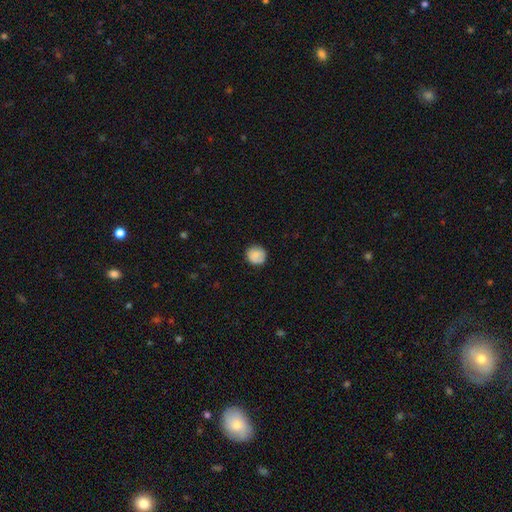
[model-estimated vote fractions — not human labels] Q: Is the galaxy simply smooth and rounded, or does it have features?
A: smooth — 82%.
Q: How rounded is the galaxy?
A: round — 91%.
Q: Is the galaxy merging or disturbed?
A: none — 82%.